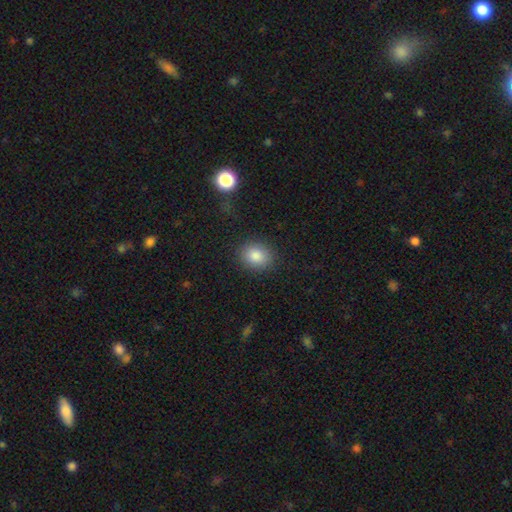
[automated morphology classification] Q: Smooth or featured?
A: smooth (84%); runner-up: star or artifact (9%)
Q: How rounded?
A: round (63%); runner-up: in between (36%)
Q: Merging?
A: none (87%); runner-up: minor disturbance (9%)